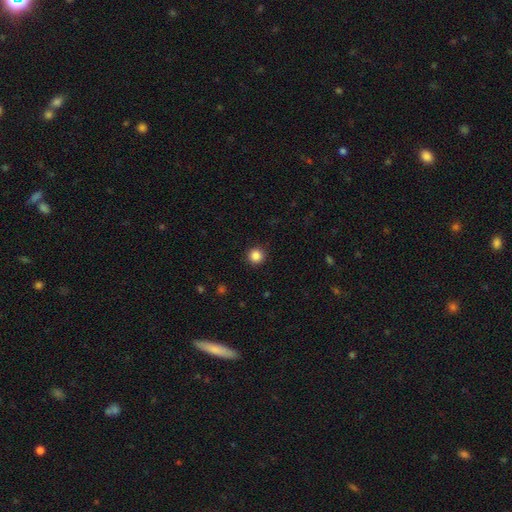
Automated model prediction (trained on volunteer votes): Morphology: type=smooth (86%); roundness=round (95%); merging=none (92%).